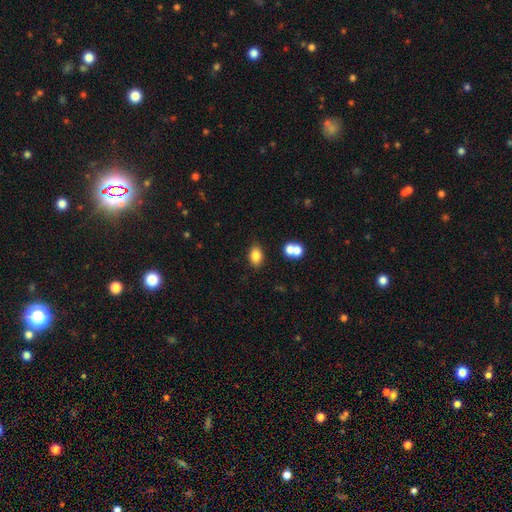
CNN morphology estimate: smooth_or_featured: smooth (p=0.82) [alt: star or artifact p=0.10]
how_rounded: in between (p=0.82) [alt: round p=0.16]
merging: none (p=0.78) [alt: minor disturbance p=0.11]